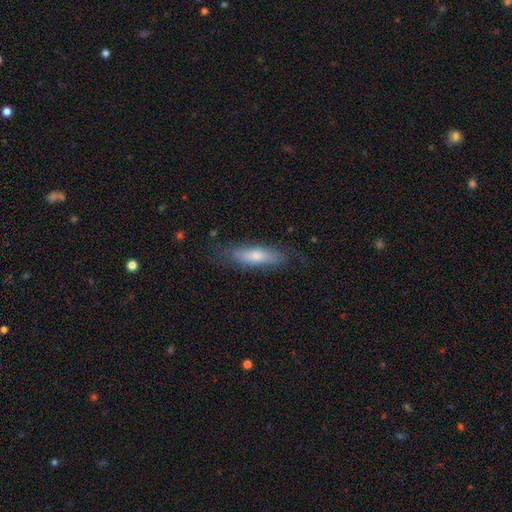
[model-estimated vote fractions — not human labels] Q: Smooth or featured?
A: smooth (61%); runner-up: featured or disk (32%)
Q: How rounded?
A: cigar-shaped (66%); runner-up: in between (32%)
Q: Merging?
A: none (77%); runner-up: minor disturbance (17%)